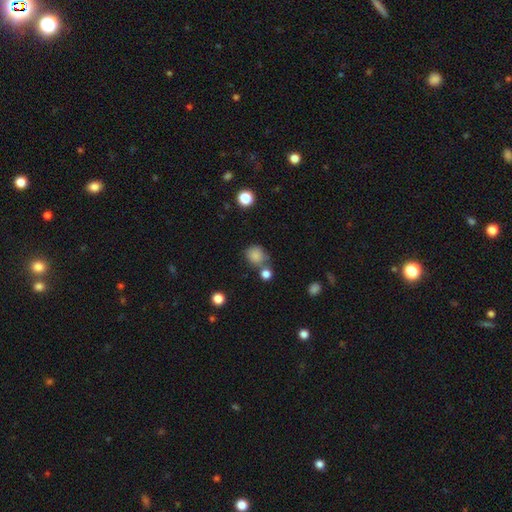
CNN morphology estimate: A smooth galaxy with no disk features (83%) that is round (80%). Merging: none (60%).